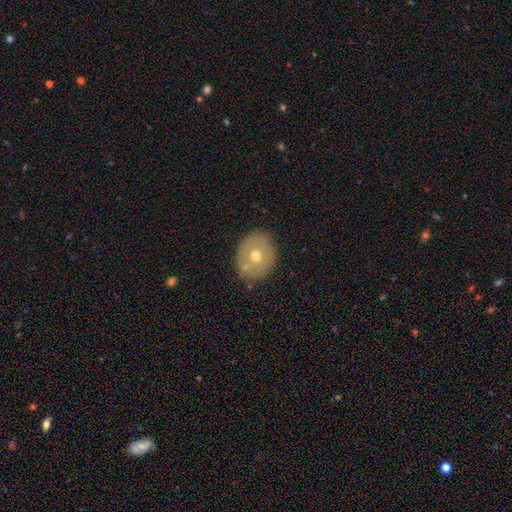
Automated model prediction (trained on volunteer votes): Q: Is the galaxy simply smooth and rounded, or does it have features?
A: smooth — 56%.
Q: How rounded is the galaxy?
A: round — 69%.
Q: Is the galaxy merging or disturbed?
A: none — 78%.